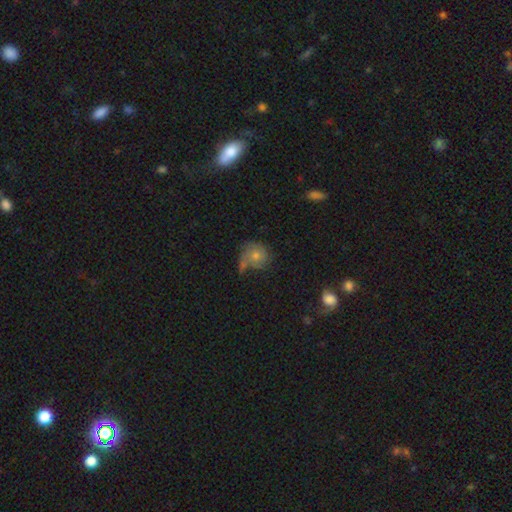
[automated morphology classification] Overall: smooth (49%; featured or disk 39%). Merging: none (45%; minor disturbance 23%).